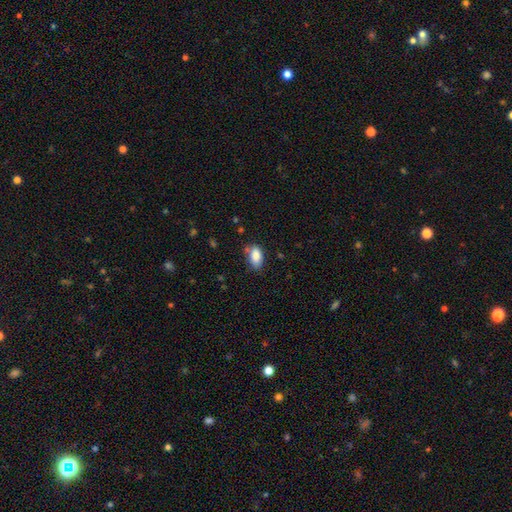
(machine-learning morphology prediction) The model was most divided on "merging": none: 70%, minor disturbance: 21%, merger: 5%, major disturbance: 4%. More confident: how rounded — in between (91%); smooth or featured — smooth (86%).